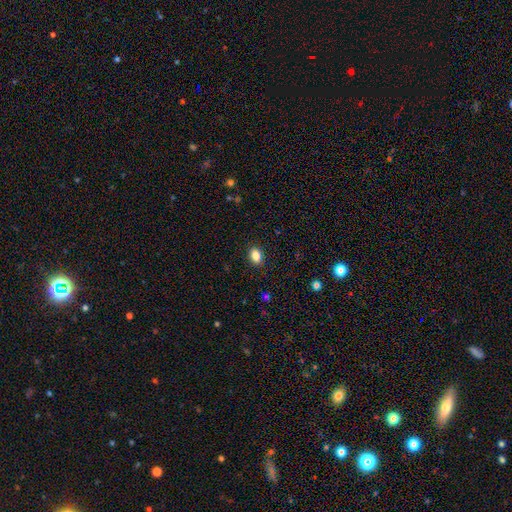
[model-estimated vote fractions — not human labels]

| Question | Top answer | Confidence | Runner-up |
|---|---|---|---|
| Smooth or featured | smooth | 86% | star or artifact (10%) |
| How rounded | in between | 76% | round (23%) |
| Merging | none | 89% | minor disturbance (8%) |